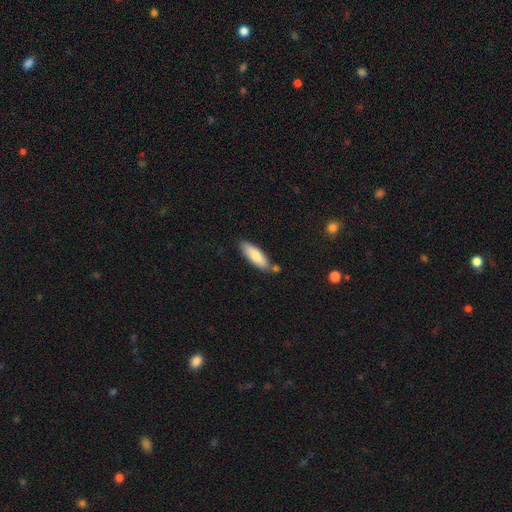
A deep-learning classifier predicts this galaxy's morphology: A smooth galaxy with no disk features (78%) that is in between round and cigar-shaped (50%).

Vote fractions:
- Smooth or featured? smooth: 78% / featured or disk: 16% / star or artifact: 6%
- How rounded? in between: 50% / cigar-shaped: 49% / round: 2%
- Merging? none: 73% / minor disturbance: 15% / merger: 9% / major disturbance: 3%